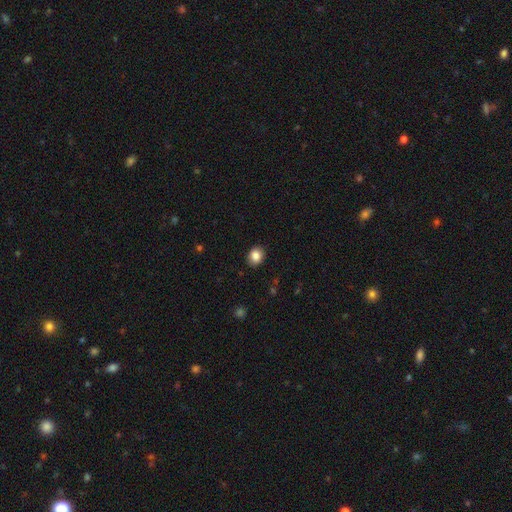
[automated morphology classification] smooth_or_featured: smooth (p=0.86) [alt: star or artifact p=0.09]
how_rounded: round (p=0.55) [alt: in between p=0.44]
merging: none (p=0.89) [alt: minor disturbance p=0.08]